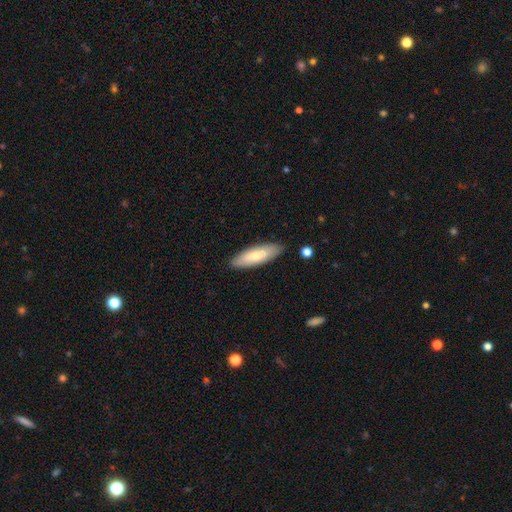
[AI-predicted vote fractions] Smooth or featured? smooth (71%)
How rounded? in between (52%)
Merging? none (87%)